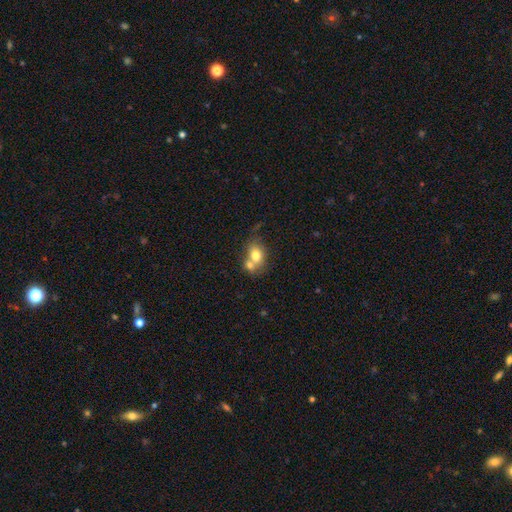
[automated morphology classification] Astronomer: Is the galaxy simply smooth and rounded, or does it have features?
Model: smooth — 72%.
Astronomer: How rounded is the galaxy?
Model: in between — 61% (runner-up: round, 38%).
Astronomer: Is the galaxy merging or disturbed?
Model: merger — 53% (runner-up: none, 32%).